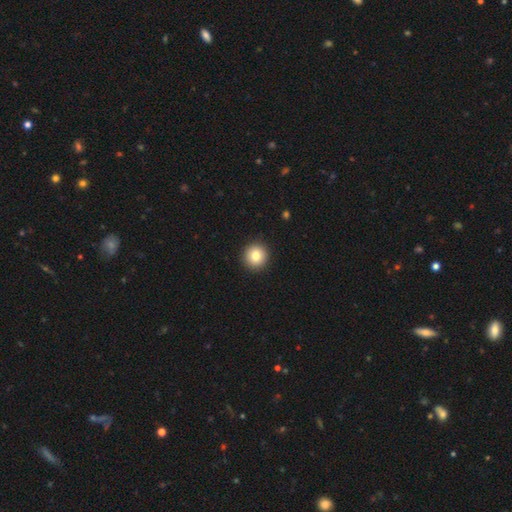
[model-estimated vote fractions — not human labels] A smooth galaxy with no disk features (81%) that is round (94%).

Vote fractions:
- Smooth or featured? smooth: 81% / star or artifact: 10% / featured or disk: 9%
- How rounded? round: 94% / in between: 5% / cigar-shaped: 1%
- Merging? none: 93% / minor disturbance: 5% / major disturbance: 2% / merger: 1%